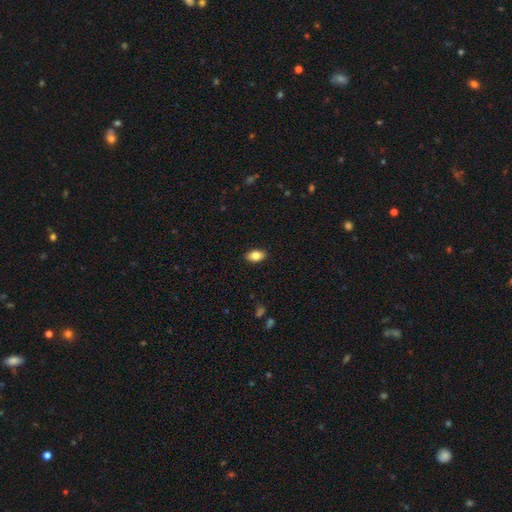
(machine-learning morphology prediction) Smooth or featured? Predicted: smooth (p=0.82). How rounded? Predicted: in between (p=0.90). Merging? Predicted: none (p=0.89).